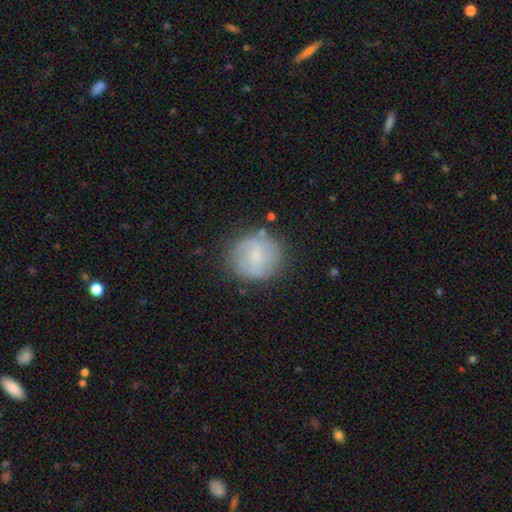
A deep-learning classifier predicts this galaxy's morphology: Smooth or featured? Predicted: smooth (p=0.55). How rounded? Predicted: round (p=0.87). Merging? Predicted: none (p=0.75).